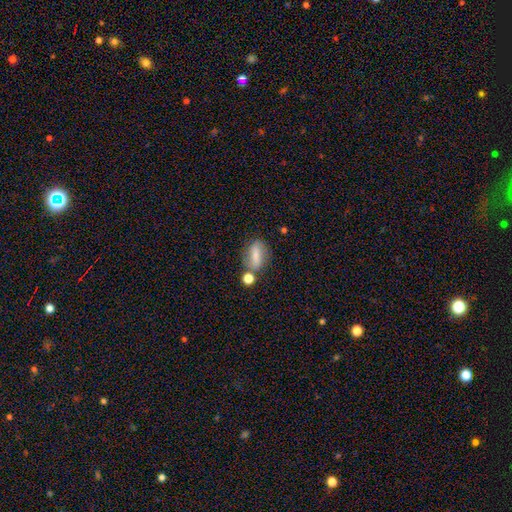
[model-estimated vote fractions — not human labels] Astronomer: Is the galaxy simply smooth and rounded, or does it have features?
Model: smooth — 67%.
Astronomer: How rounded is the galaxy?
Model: in between — 69%.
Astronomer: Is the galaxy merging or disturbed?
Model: none — 60%.